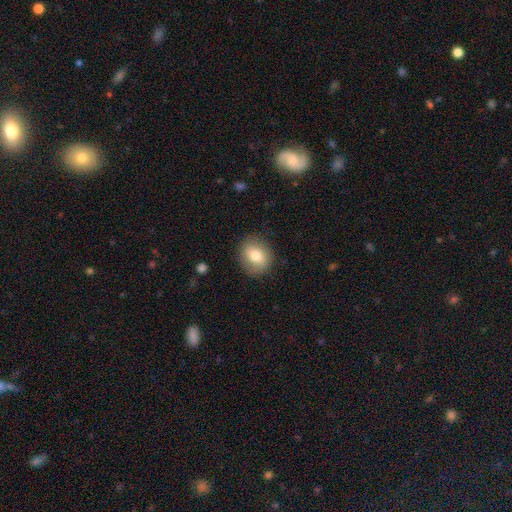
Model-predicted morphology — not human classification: type=smooth (76%); roundness=round (72%); merging=none (85%).